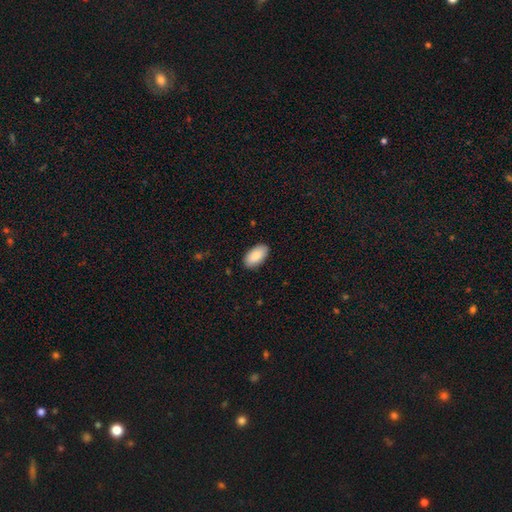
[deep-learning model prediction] A smooth galaxy with no disk features (86%) that is in between round and cigar-shaped (95%). Merging: none (88%).